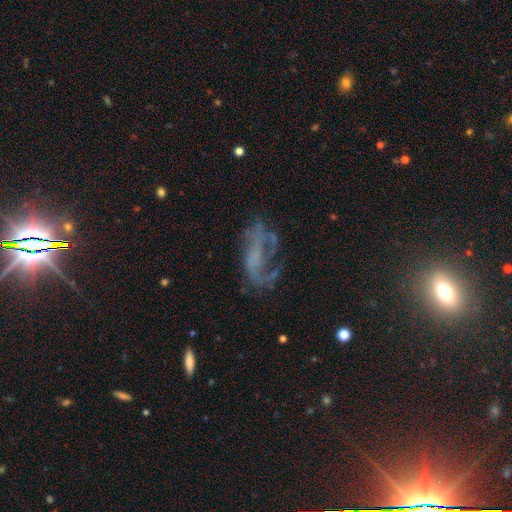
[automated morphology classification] smooth_or_featured: featured or disk (p=0.65) [alt: smooth p=0.18]
disk_edge_on: no (p=0.95) [alt: yes p=0.05]
bar: no (p=0.62) [alt: weak p=0.28]
has_spiral_arms: yes (p=0.66) [alt: no p=0.34]
bulge_size: none (p=0.67) [alt: small p=0.16]
merging: none (p=0.39) [alt: major disturbance p=0.37]